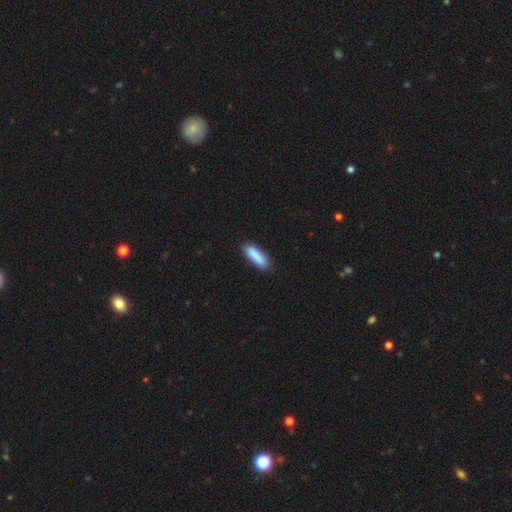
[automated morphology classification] Smooth or featured? smooth (87%)
How rounded? cigar-shaped (54%)
Merging? none (78%)